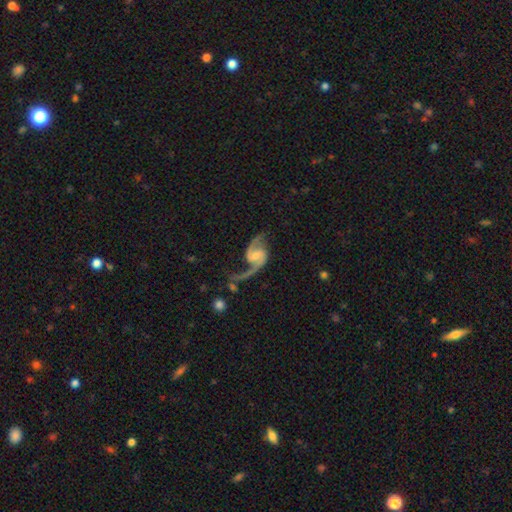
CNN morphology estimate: Smooth or featured: featured or disk — 91% (smooth — 4%)
Edge-on disk: no — 98% (yes — 2%)
Bar: weak — 51% (no — 33%)
Spiral arms: yes — 97% (no — 3%)
Spiral winding: loose — 64% (medium — 30%)
Spiral arm count: 2 — 91% (1 — 4%)
Bulge size: small — 50% (moderate — 30%)
Merging: none — 56% (major disturbance — 22%)